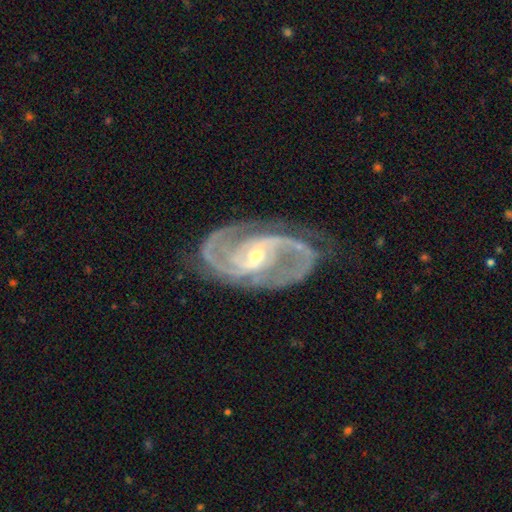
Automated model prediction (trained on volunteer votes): featured or disk 93%, star or artifact 5%, smooth 2%. Down the decision tree: edge-on disk — no (97%); bar — weak (39%); spiral arms — yes (99%); spiral arm count — 2 (69%); spiral winding — medium (53%); bulge size — small (64%); merging — none (73%).